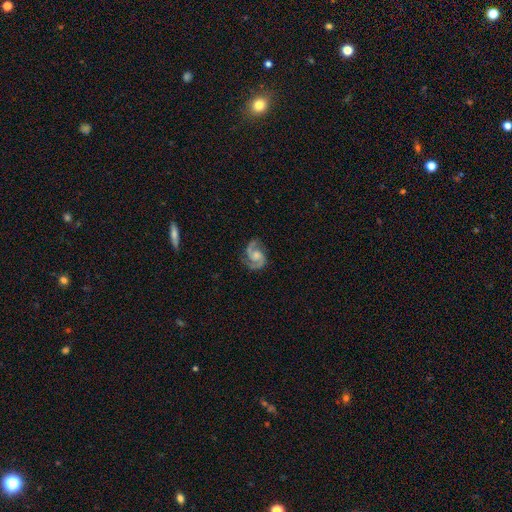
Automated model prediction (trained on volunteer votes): Overall: featured or disk (90%). Edge-on disk: no (98%). Bar: no (60%; weak 34%). Spiral arms: yes (98%). Spiral arm count: 2 (92%). Spiral winding: medium (59%; tight 23%). Bulge size: moderate (42%; small 34%). Merging: none (76%).